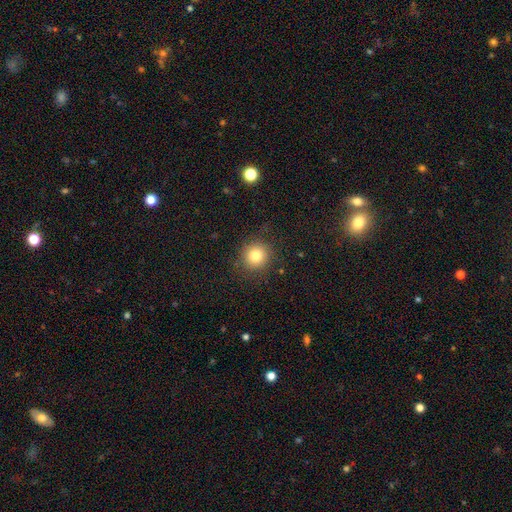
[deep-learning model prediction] Smooth or featured: smooth — 80% (star or artifact — 12%)
How rounded: round — 93% (in between — 7%)
Merging: none — 88% (minor disturbance — 8%)